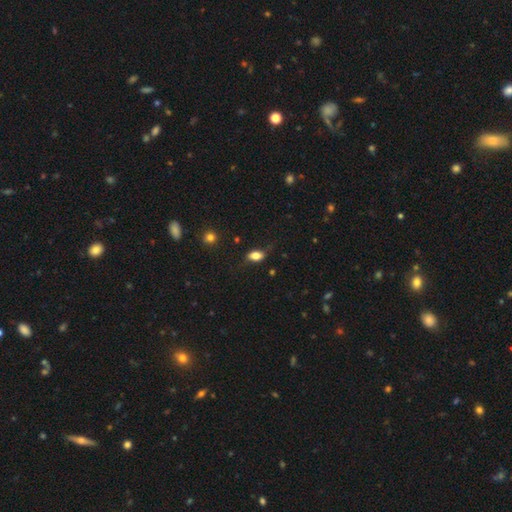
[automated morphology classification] Smooth or featured?
  - smooth: 77% *
  - featured or disk: 14%
  - star or artifact: 9%
How rounded?
  - in between: 85% *
  - round: 11%
  - cigar-shaped: 5%
Merging?
  - none: 68% *
  - minor disturbance: 22%
  - major disturbance: 8%
  - merger: 2%